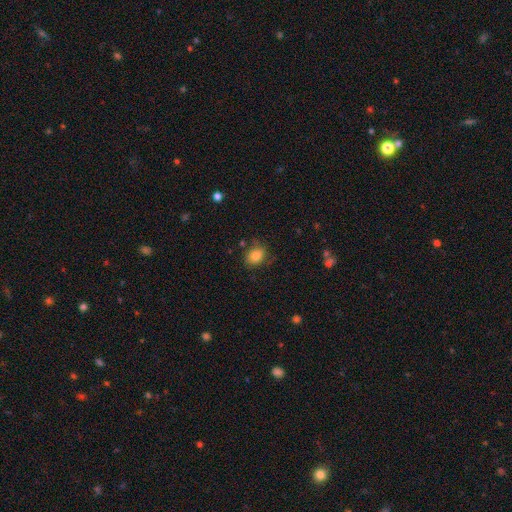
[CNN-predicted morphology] Overall: smooth (79%). How rounded: in between (55%; round 44%). Merging: none (69%).